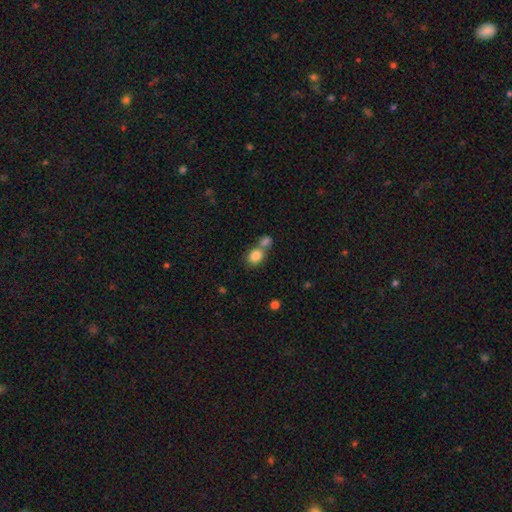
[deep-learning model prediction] Smooth or featured: smooth — 83% (star or artifact — 10%)
How rounded: round — 54% (in between — 45%)
Merging: merger — 44% (tied with none — 44%)